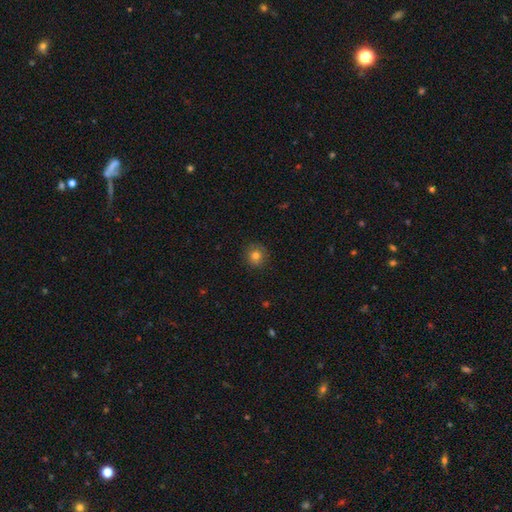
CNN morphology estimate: Q: Smooth or featured?
A: smooth (79%); runner-up: star or artifact (12%)
Q: How rounded?
A: round (92%); runner-up: in between (7%)
Q: Merging?
A: none (88%); runner-up: minor disturbance (9%)